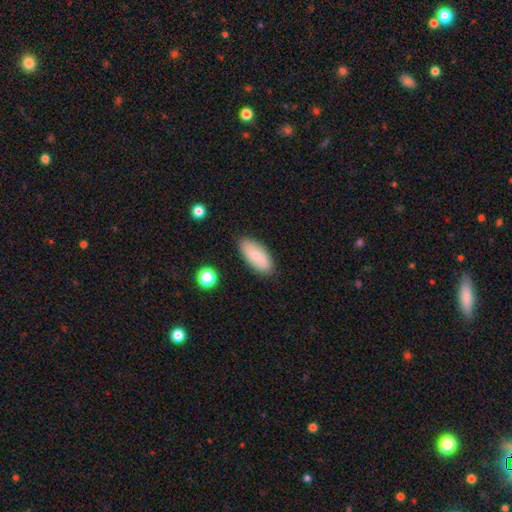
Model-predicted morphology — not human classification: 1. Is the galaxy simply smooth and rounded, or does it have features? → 73% smooth, 20% featured or disk, 7% star or artifact.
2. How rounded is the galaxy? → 89% in between, 8% cigar-shaped, 3% round.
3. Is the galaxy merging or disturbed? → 86% none, 11% minor disturbance, 2% major disturbance, 1% merger.